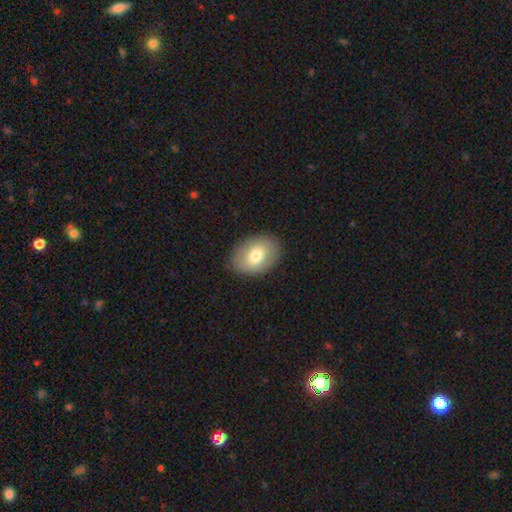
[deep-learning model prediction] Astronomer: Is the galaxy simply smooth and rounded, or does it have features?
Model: smooth — 72%.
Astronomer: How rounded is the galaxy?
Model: in between — 79%.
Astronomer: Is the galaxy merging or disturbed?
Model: none — 86%.